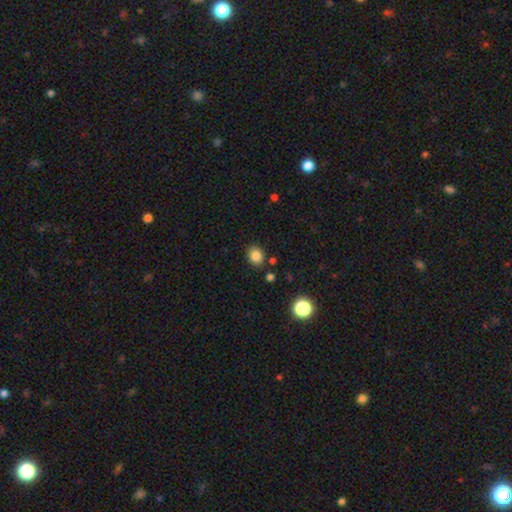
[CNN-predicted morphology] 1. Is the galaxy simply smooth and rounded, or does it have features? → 84% smooth, 11% star or artifact, 4% featured or disk.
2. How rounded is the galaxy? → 65% round, 34% in between, 1% cigar-shaped.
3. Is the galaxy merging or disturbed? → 85% none, 9% minor disturbance, 4% merger, 3% major disturbance.